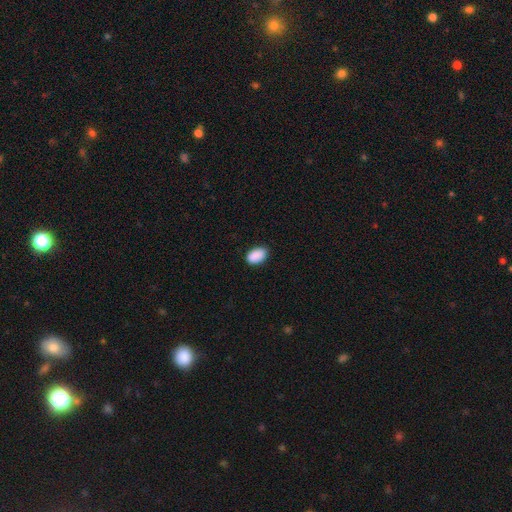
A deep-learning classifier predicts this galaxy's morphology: Smooth or featured: smooth — 90% (star or artifact — 7%)
How rounded: in between — 91% (round — 8%)
Merging: none — 84% (minor disturbance — 13%)